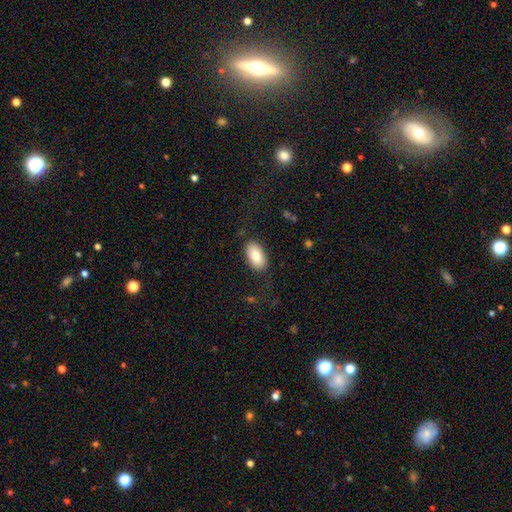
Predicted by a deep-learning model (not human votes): smooth-or-featured: smooth: 81% | featured or disk: 12% | star or artifact: 7%
  how-rounded: in between: 94% | round: 4% | cigar-shaped: 2%
  merging: none: 81% | minor disturbance: 12% | major disturbance: 5% | merger: 1%